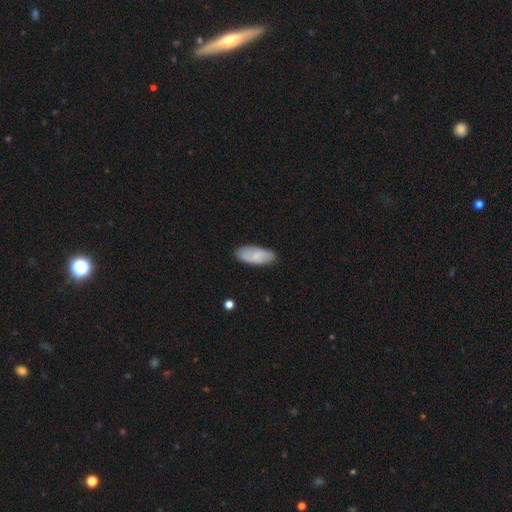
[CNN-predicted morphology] This is likely a smooth galaxy (71%). How rounded: clearly in between (84%). Merging: clearly none (83%).